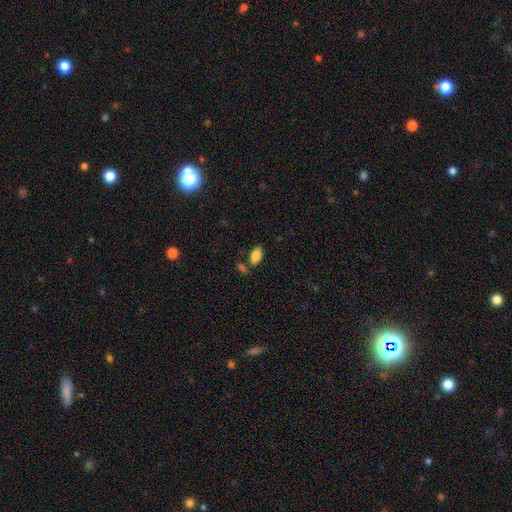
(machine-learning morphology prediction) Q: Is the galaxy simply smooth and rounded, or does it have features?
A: smooth — 81%.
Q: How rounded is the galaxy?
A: in between — 90%.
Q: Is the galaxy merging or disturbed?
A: none — 73%.